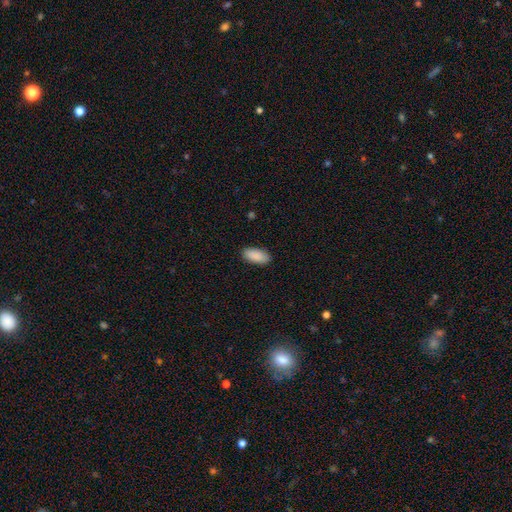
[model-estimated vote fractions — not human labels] smooth_or_featured: smooth (p=0.91) [alt: star or artifact p=0.06]
how_rounded: in between (p=0.91) [alt: cigar-shaped p=0.07]
merging: none (p=0.89) [alt: minor disturbance p=0.08]